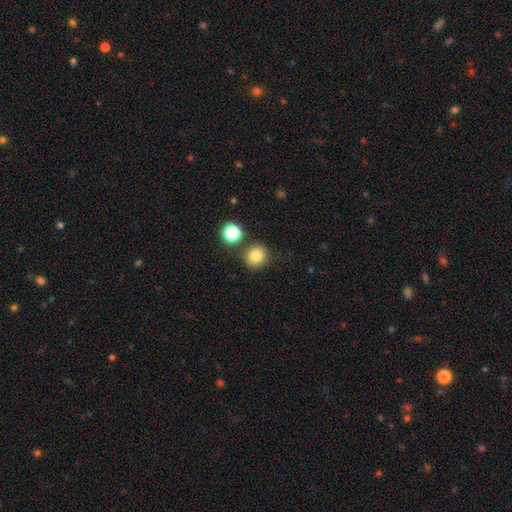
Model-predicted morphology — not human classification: type=smooth (82%); roundness=round (88%); merging=none (80%).